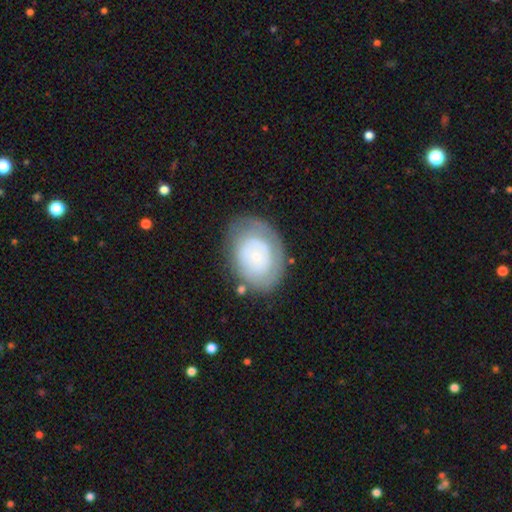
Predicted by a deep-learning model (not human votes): A featured or disk galaxy (51%).

Vote fractions:
- Smooth or featured? featured or disk: 51% / smooth: 43% / star or artifact: 7%
- Edge-on disk? no: 95% / yes: 5%
- Merging? none: 67% / minor disturbance: 21% / major disturbance: 10% / merger: 2%